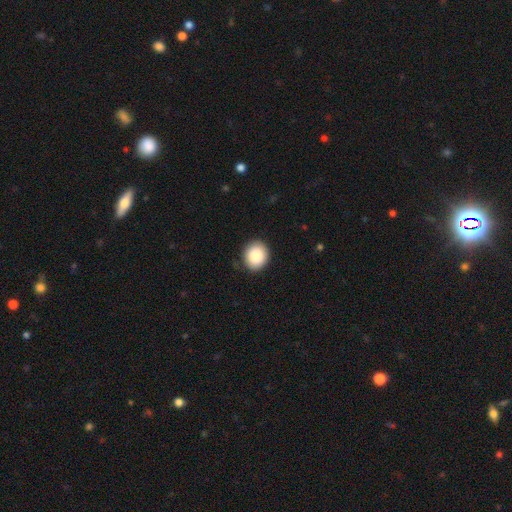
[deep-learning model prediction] Smooth or featured? Predicted: smooth (p=0.87). How rounded? Predicted: round (p=0.72). Merging? Predicted: none (p=0.88).